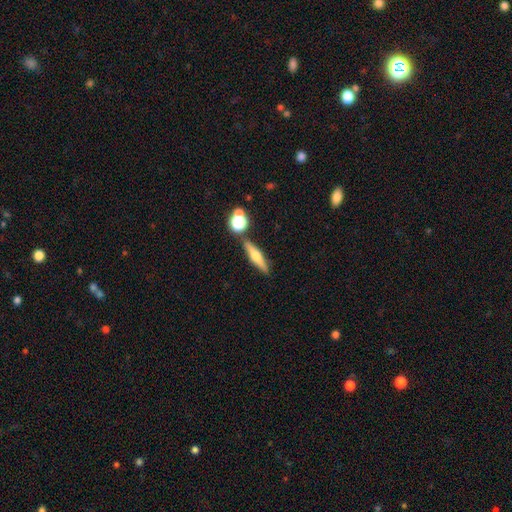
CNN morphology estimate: type=featured or disk (49%); merging=none (80%).